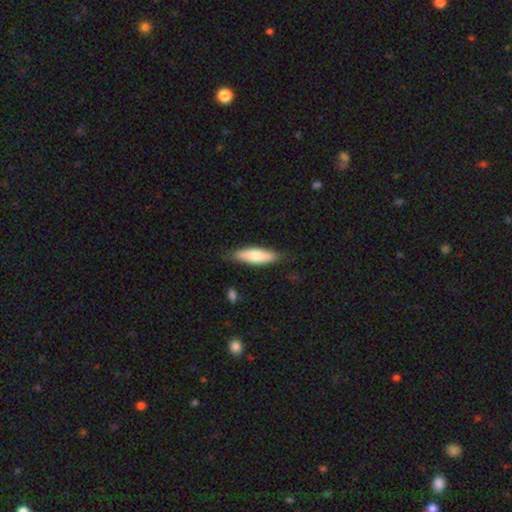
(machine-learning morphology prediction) Smooth or featured? smooth (74%)
How rounded? in between (50%)
Merging? none (78%)